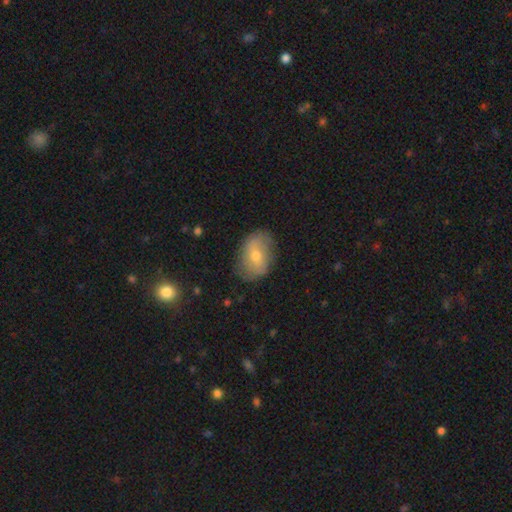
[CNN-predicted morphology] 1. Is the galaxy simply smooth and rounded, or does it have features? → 57% smooth, 34% featured or disk, 8% star or artifact.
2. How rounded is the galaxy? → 81% in between, 18% round, 1% cigar-shaped.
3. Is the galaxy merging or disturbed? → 76% none, 18% minor disturbance, 5% major disturbance, 1% merger.